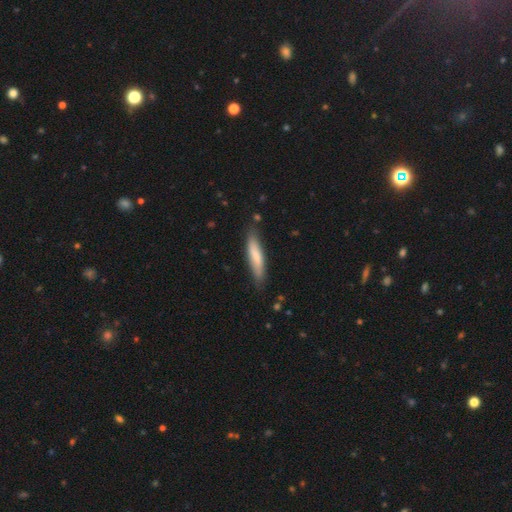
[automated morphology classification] Q: Smooth or featured?
A: smooth (74%); runner-up: featured or disk (21%)
Q: How rounded?
A: cigar-shaped (83%); runner-up: in between (16%)
Q: Merging?
A: none (79%); runner-up: minor disturbance (16%)